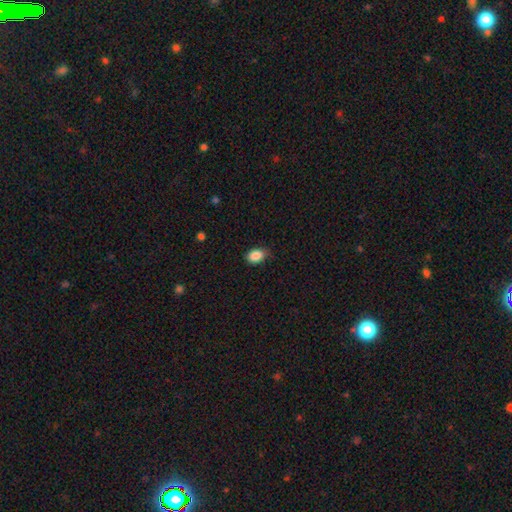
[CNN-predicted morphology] Smooth or featured: smooth — 88% (star or artifact — 8%)
How rounded: in between — 79% (round — 20%)
Merging: none — 74% (minor disturbance — 22%)